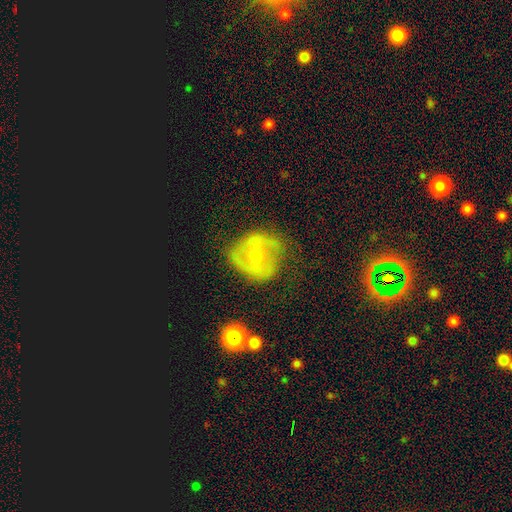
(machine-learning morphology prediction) Smooth or featured? featured or disk (66%)
Edge-on disk? no (95%)
Bar? weak (37%)
Spiral arms? yes (64%)
Bulge size? small (66%)
Merging? none (61%)